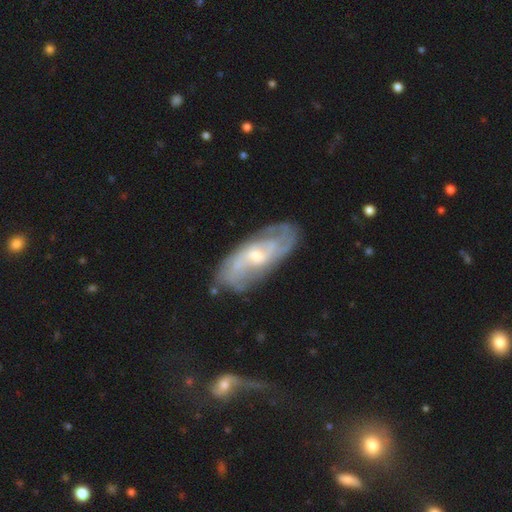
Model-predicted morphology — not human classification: A featured or disk galaxy (77%) with a weak bar (46%), 2 (46%) medium (42%) spiral arms (89%) and a moderate central bulge (50%).

Vote fractions:
- Smooth or featured? featured or disk: 77% / smooth: 17% / star or artifact: 6%
- Edge-on disk? no: 91% / yes: 9%
- Bar? weak: 46% / no: 44% / strong: 11%
- Spiral arms? yes: 89% / no: 11%
- Spiral winding? medium: 42% / tight: 36% / loose: 23%
- Spiral arm count? 2: 46% / can't tell: 33% / 3: 9% / 4: 4% / 1: 4% / more than 4: 3%
- Bulge size? moderate: 50% / small: 41% / large: 4% / none: 3% / dominant: 1%
- Merging? none: 74% / minor disturbance: 18% / major disturbance: 6% / merger: 2%